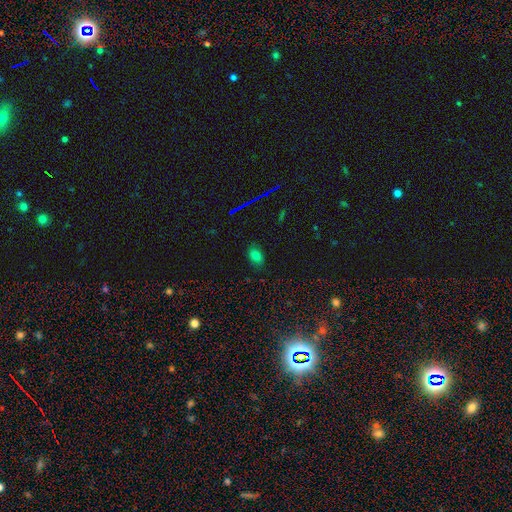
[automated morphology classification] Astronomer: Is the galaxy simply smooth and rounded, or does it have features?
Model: smooth — 73%.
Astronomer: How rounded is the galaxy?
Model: in between — 87%.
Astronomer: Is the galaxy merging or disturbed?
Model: none — 79%.